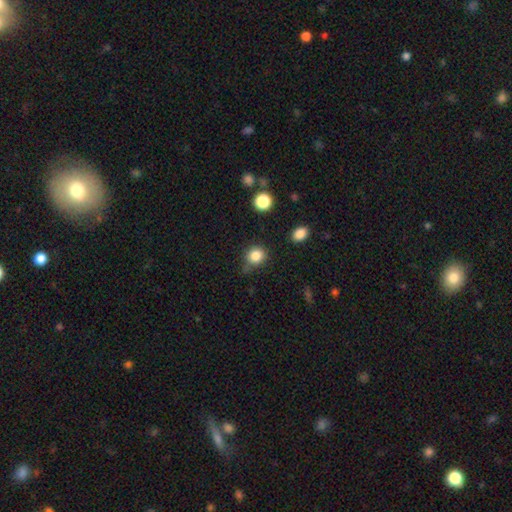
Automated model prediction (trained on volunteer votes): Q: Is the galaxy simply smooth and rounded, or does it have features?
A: smooth — 84%.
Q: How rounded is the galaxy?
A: round — 81%.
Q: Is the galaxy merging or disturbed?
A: none — 71%.